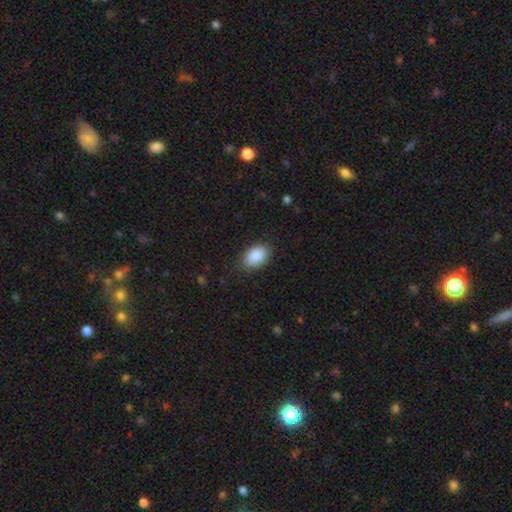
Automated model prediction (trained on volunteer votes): smooth_or_featured: smooth (p=0.90) [alt: star or artifact p=0.06]
how_rounded: in between (p=0.91) [alt: round p=0.08]
merging: none (p=0.84) [alt: minor disturbance p=0.12]